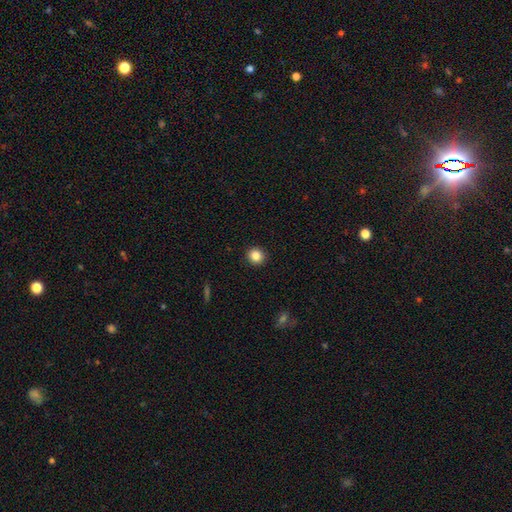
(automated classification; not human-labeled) Q: Smooth or featured?
A: smooth (85%); runner-up: star or artifact (10%)
Q: How rounded?
A: round (89%); runner-up: in between (10%)
Q: Merging?
A: none (93%); runner-up: minor disturbance (5%)